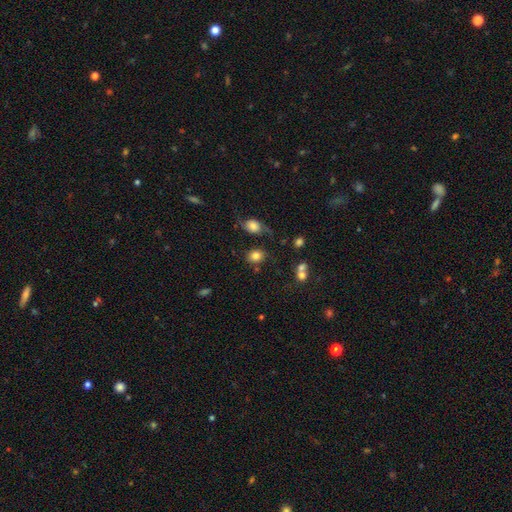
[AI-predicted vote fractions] A smooth galaxy with no disk features (80%) that is round (65%). Merging: none (72%).